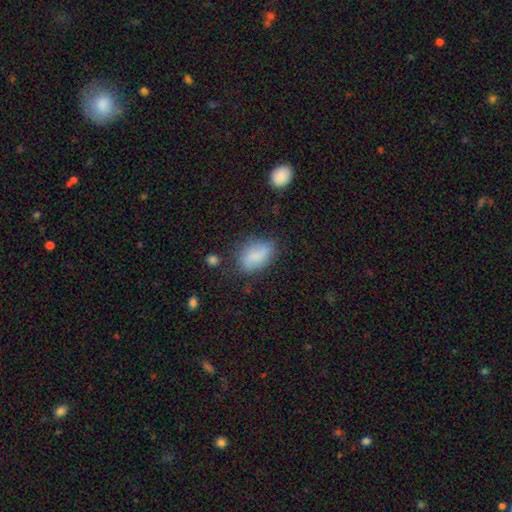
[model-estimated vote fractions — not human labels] Smooth or featured? smooth (76%)
How rounded? in between (86%)
Merging? none (65%)